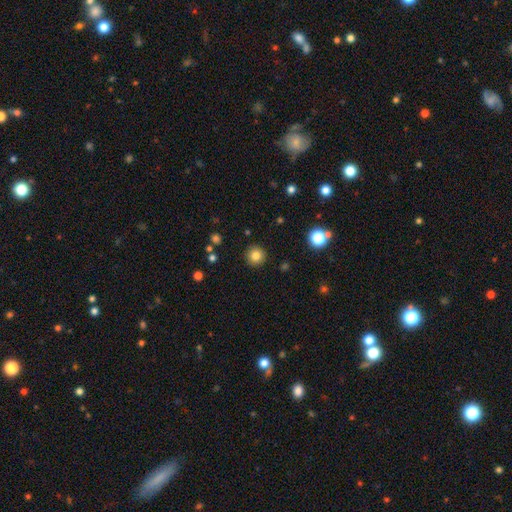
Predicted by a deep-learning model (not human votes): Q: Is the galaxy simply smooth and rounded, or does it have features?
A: smooth — 82%.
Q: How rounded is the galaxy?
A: round — 95%.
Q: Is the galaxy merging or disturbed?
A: none — 91%.